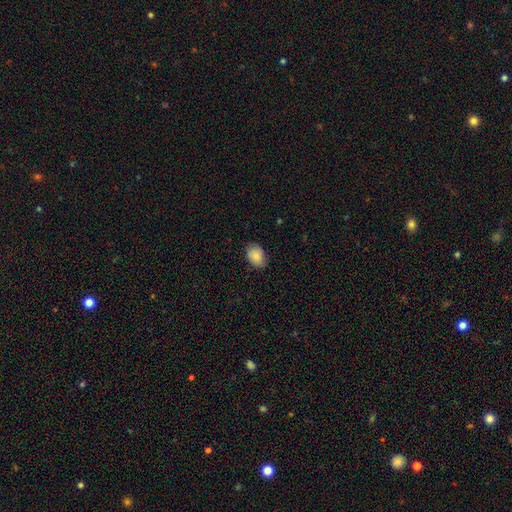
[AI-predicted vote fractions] This appears to be a smooth galaxy with no disk features (84%) that is in between round and cigar-shaped (78%). Merging: none (81%).